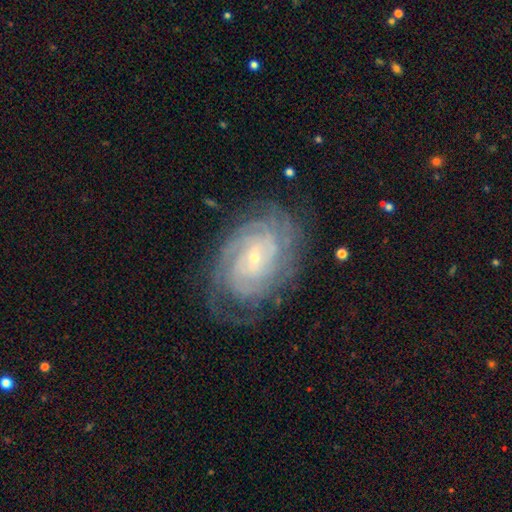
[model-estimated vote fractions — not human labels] Morphology: type=featured or disk (84%); edge-on=no (96%); bar=no (63%); spiral arms=yes (96%); winding=tight (80%); arm count=can't tell (35%); bulge=small (78%); merging=none (77%).